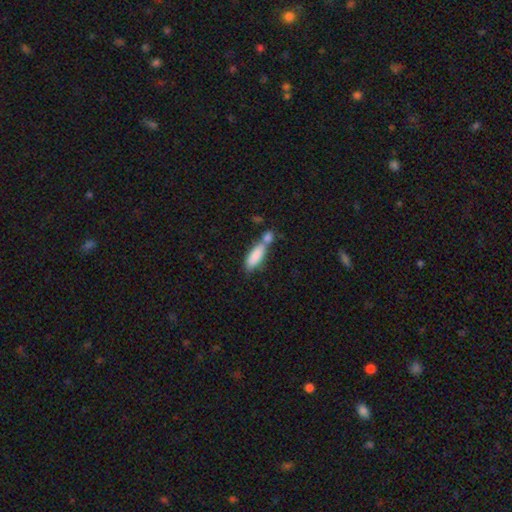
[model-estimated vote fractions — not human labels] Smooth or featured? Predicted: smooth (p=0.83). How rounded? Predicted: in between (p=0.59). Merging? Predicted: merger (p=0.48).